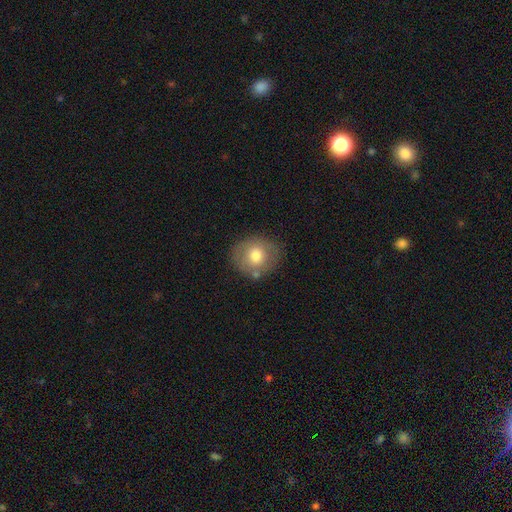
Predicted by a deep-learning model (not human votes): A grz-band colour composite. It shows a smooth galaxy with no disk features (71%) that is round (75%). Merging: none (77%).